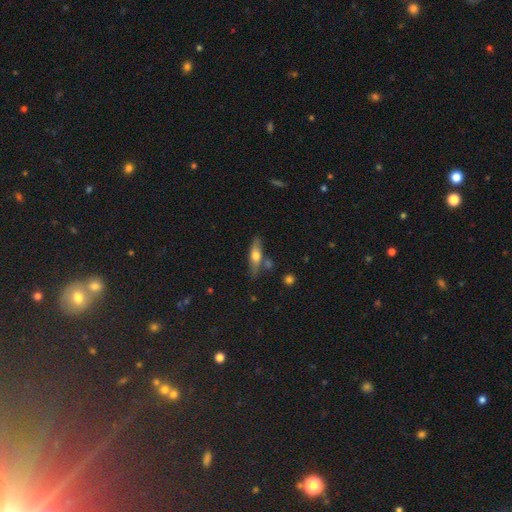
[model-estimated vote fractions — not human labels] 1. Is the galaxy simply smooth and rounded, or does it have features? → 51% smooth, 42% featured or disk, 7% star or artifact.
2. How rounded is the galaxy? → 56% cigar-shaped, 41% in between, 4% round.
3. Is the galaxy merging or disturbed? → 72% none, 16% minor disturbance, 8% merger, 4% major disturbance.